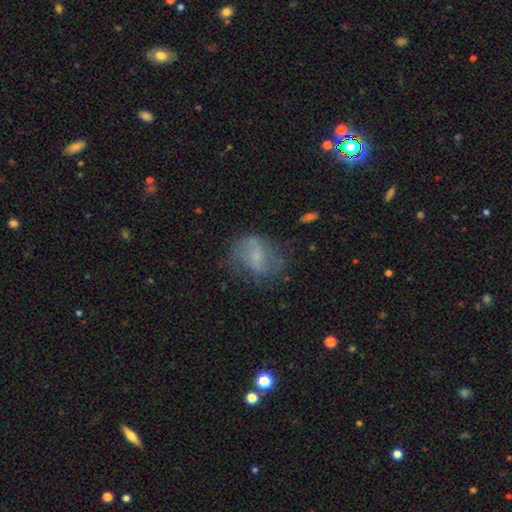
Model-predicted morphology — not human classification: Q: Smooth or featured?
A: featured or disk (52%); runner-up: smooth (36%)
Q: Edge-on disk?
A: no (97%); runner-up: yes (3%)
Q: Bar?
A: weak (44%); runner-up: no (43%)
Q: Spiral arms?
A: yes (69%); runner-up: no (31%)
Q: Bulge size?
A: small (41%); runner-up: none (36%)
Q: Merging?
A: none (57%); runner-up: minor disturbance (23%)